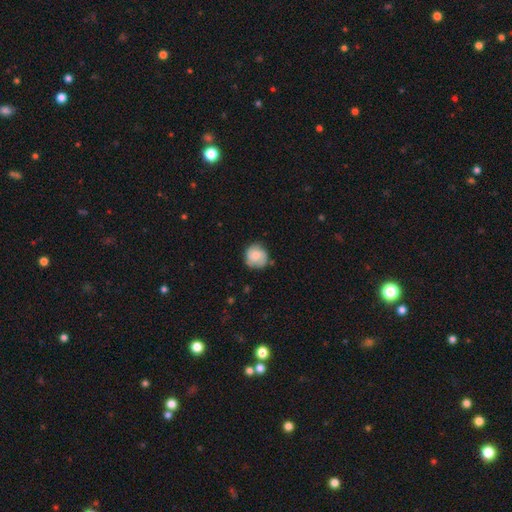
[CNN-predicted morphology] Smooth or featured? smooth (68%)
How rounded? round (87%)
Merging? none (71%)